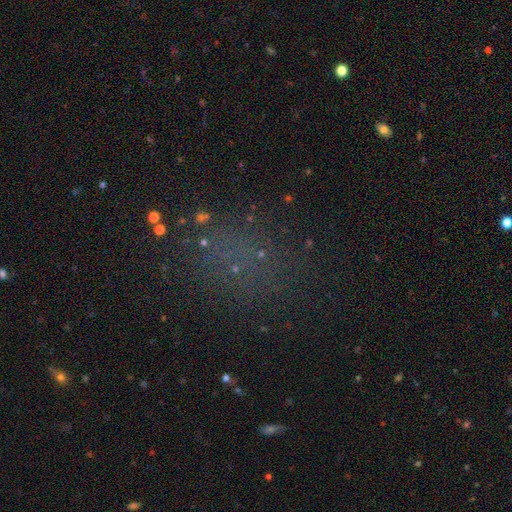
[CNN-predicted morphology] Smooth or featured: star or artifact — 46% (smooth — 39%)